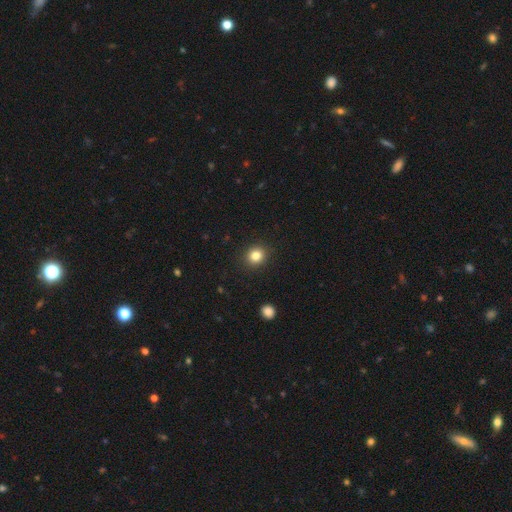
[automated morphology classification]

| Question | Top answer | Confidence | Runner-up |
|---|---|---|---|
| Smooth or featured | smooth | 83% | star or artifact (11%) |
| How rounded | round | 80% | in between (19%) |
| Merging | none | 91% | minor disturbance (6%) |